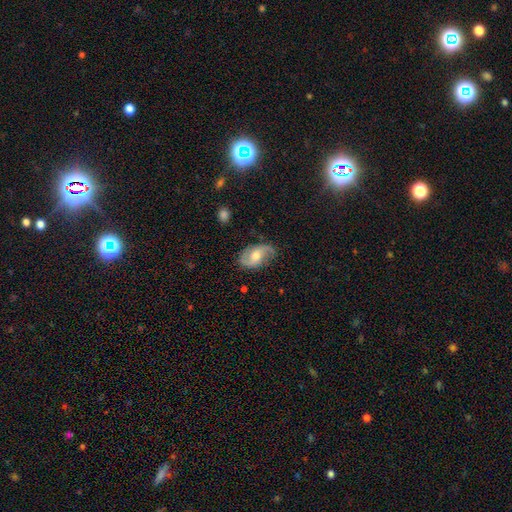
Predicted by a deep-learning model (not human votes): Smooth or featured?
  - featured or disk: 70% *
  - smooth: 23%
  - star or artifact: 7%
Edge-on disk?
  - no: 96% *
  - yes: 4%
Bar?
  - no: 47% *
  - weak: 42%
  - strong: 11%
Spiral arms?
  - yes: 91% *
  - no: 9%
Spiral winding?
  - loose: 56% *
  - medium: 33%
  - tight: 11%
Spiral arm count?
  - 2: 88% *
  - can't tell: 5%
  - 1: 4%
  - 3: 1%
  - 4: 1%
  - more than 4: 1%
Bulge size?
  - moderate: 68% *
  - small: 21%
  - large: 8%
  - none: 2%
  - dominant: 1%
Merging?
  - none: 74% *
  - minor disturbance: 19%
  - major disturbance: 6%
  - merger: 2%